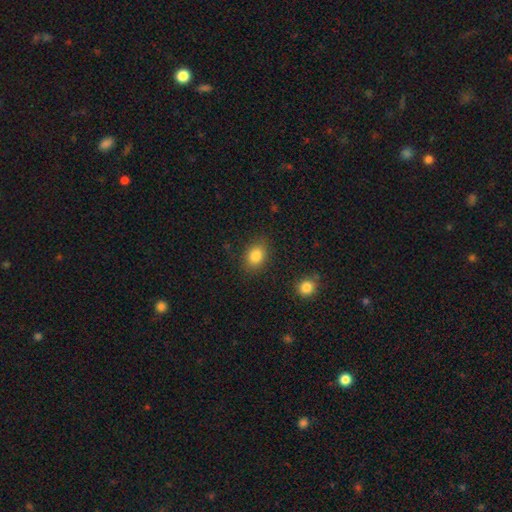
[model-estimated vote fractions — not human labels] This appears to be a smooth galaxy with no disk features (84%) that is in between round and cigar-shaped (64%). Merging: none (84%).